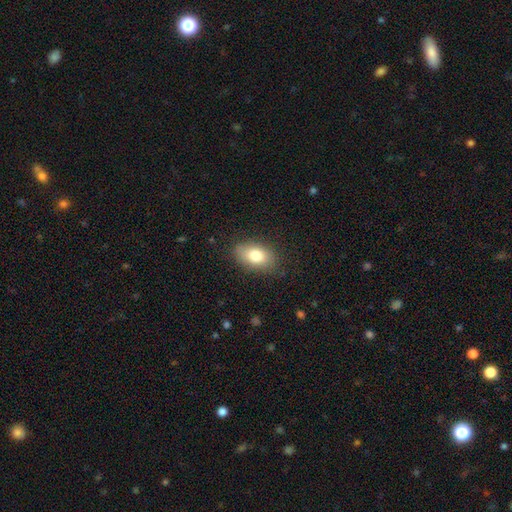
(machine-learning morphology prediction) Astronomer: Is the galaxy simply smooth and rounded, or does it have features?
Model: smooth — 79%.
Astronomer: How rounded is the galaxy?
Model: in between — 89%.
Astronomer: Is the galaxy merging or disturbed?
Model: none — 83%.